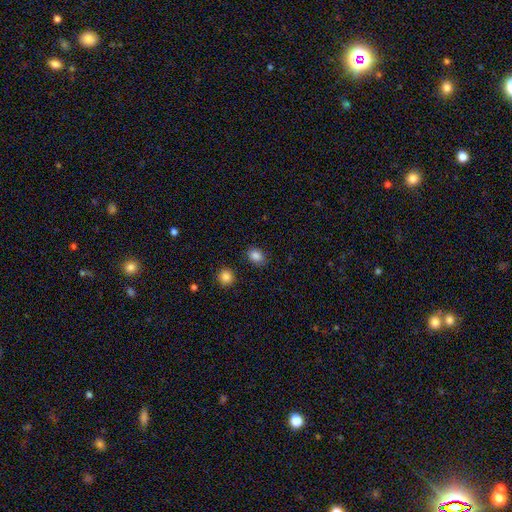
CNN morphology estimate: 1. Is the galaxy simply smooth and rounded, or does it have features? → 85% smooth, 10% star or artifact, 5% featured or disk.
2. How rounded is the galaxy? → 62% in between, 37% round, 1% cigar-shaped.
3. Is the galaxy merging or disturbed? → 84% none, 11% minor disturbance, 3% major disturbance, 2% merger.